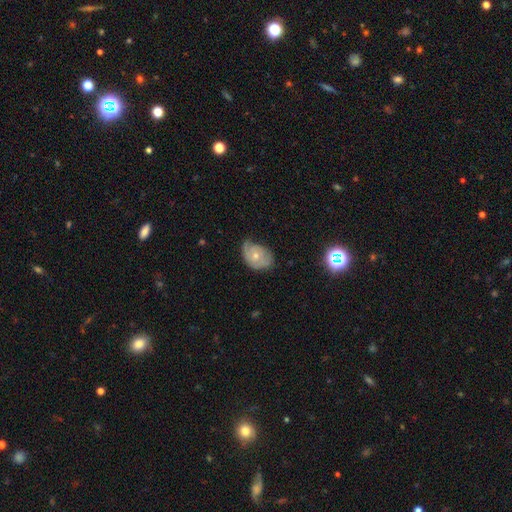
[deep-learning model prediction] Morphology: type=smooth (48%); merging=none (42%).